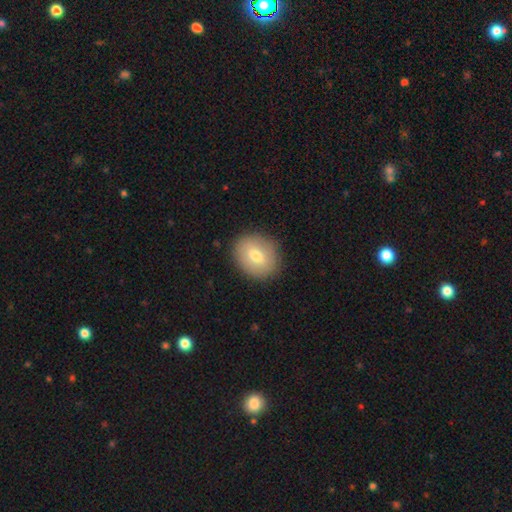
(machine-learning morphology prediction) smooth-or-featured: smooth: 71% | featured or disk: 21% | star or artifact: 8%
  how-rounded: round: 62% | in between: 37% | cigar-shaped: 1%
  merging: none: 88% | minor disturbance: 8% | major disturbance: 3% | merger: 1%